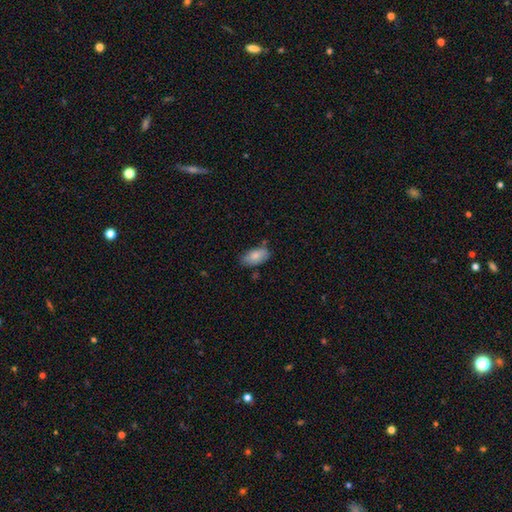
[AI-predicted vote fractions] This is clearly a smooth galaxy (82%). How rounded: clearly in between (94%). Merging: likely none (72%).